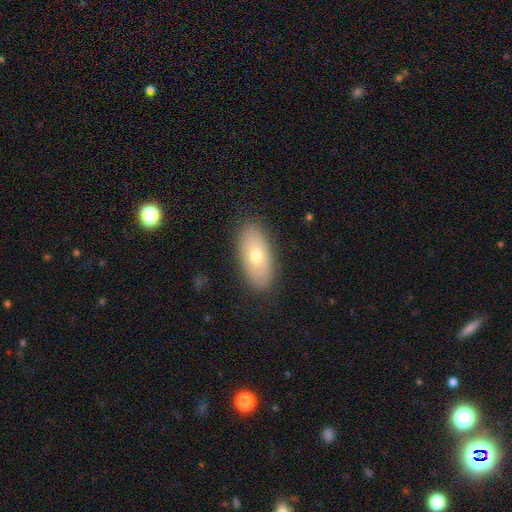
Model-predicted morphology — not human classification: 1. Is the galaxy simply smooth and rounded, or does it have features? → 64% smooth, 28% featured or disk, 8% star or artifact.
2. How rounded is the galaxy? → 88% in between, 8% cigar-shaped, 4% round.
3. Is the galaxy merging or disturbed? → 88% none, 9% minor disturbance, 2% major disturbance, 1% merger.